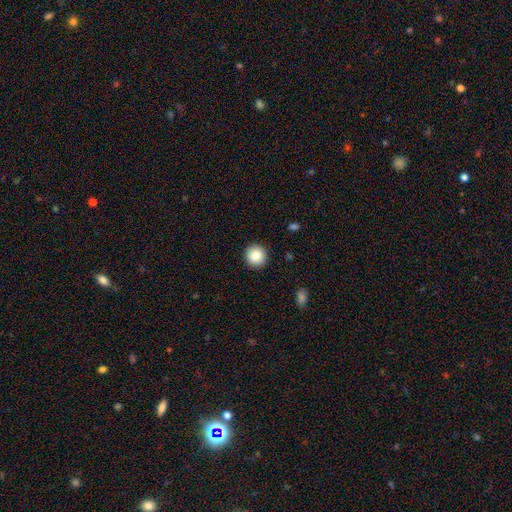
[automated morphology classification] smooth 85%, star or artifact 9%, featured or disk 6%. Down the decision tree: how rounded — round (95%); merging — none (92%).